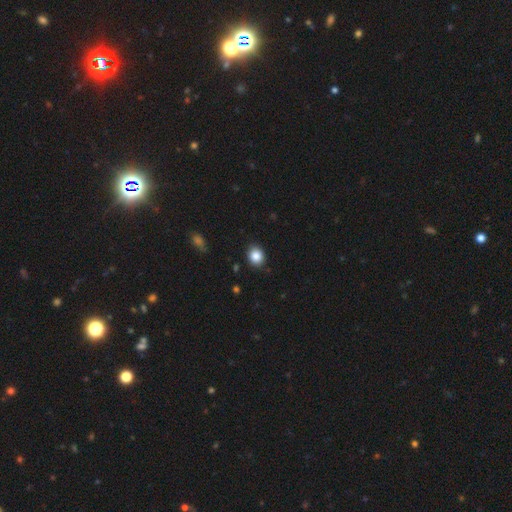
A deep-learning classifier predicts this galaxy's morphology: The model was most divided on "how rounded": round: 62%, in between: 37%, cigar-shaped: 1%. More confident: merging — none (88%); smooth or featured — smooth (85%).